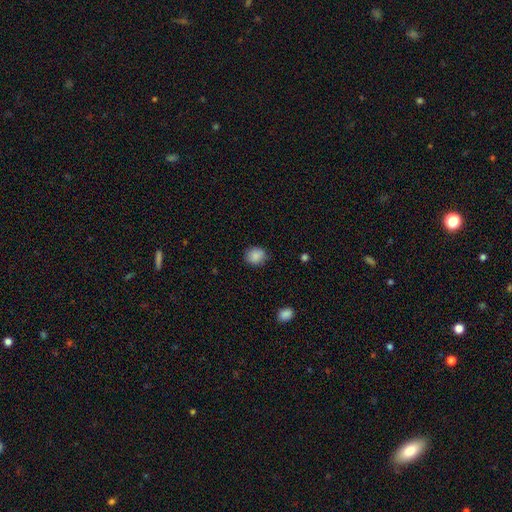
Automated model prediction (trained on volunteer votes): This appears to be a smooth galaxy with no disk features (87%) that is round (70%). Merging: none (84%).